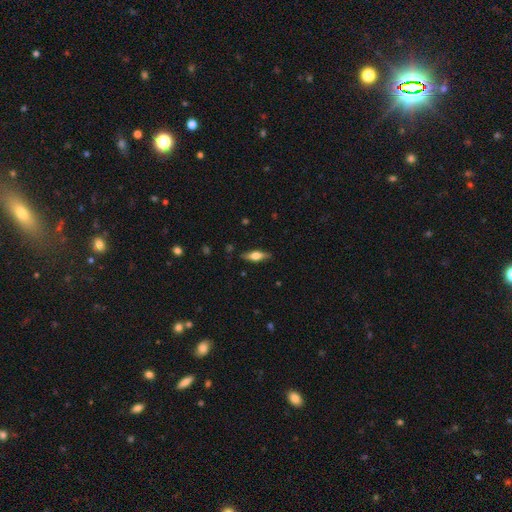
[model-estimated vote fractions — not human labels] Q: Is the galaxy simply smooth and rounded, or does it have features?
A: smooth — 55%.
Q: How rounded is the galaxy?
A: in between — 55%.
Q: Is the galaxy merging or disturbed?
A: none — 84%.